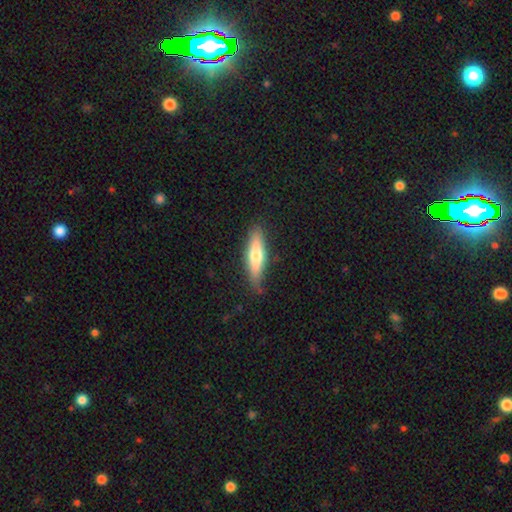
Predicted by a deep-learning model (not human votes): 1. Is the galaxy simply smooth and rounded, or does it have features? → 60% smooth, 34% featured or disk, 6% star or artifact.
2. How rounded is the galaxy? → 68% cigar-shaped, 30% in between, 2% round.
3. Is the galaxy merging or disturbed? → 80% none, 16% minor disturbance, 3% major disturbance, 2% merger.